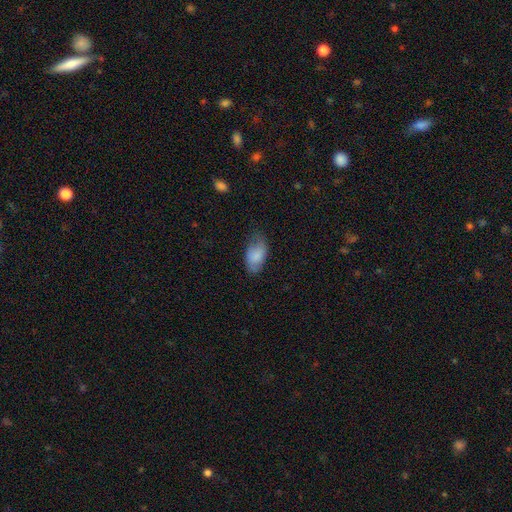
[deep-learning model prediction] This appears to be a smooth galaxy with no disk features (79%) that is in between round and cigar-shaped (94%). Merging: none (56%).